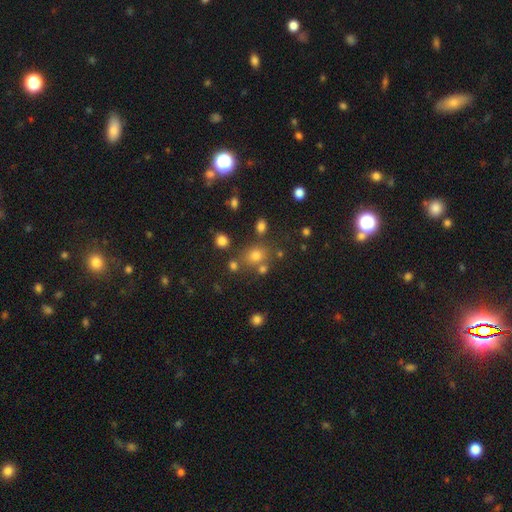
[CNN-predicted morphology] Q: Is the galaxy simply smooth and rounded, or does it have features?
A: smooth — 68%.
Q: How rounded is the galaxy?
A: round — 68%.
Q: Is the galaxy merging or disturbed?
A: none — 69%.